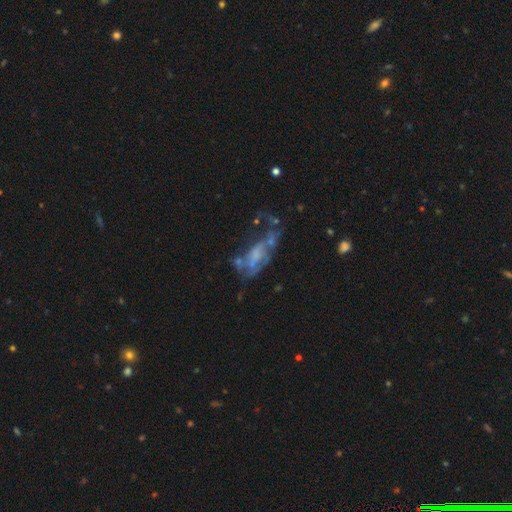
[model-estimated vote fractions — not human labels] featured or disk 61%, smooth 26%, star or artifact 13%. Down the decision tree: edge-on disk — no (92%); bar — no (74%); spiral arms — no (63%); bulge size — none (49%); merging — major disturbance (42%).